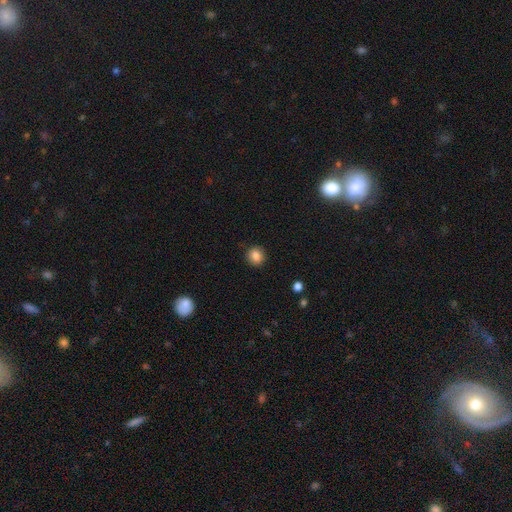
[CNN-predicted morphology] Q: Smooth or featured?
A: smooth (86%); runner-up: star or artifact (10%)
Q: How rounded?
A: round (86%); runner-up: in between (13%)
Q: Merging?
A: none (90%); runner-up: minor disturbance (7%)